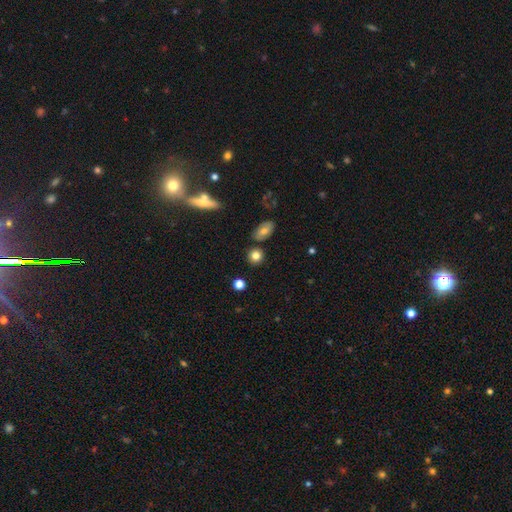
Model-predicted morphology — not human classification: Smooth or featured? smooth (81%)
How rounded? round (82%)
Merging? none (81%)